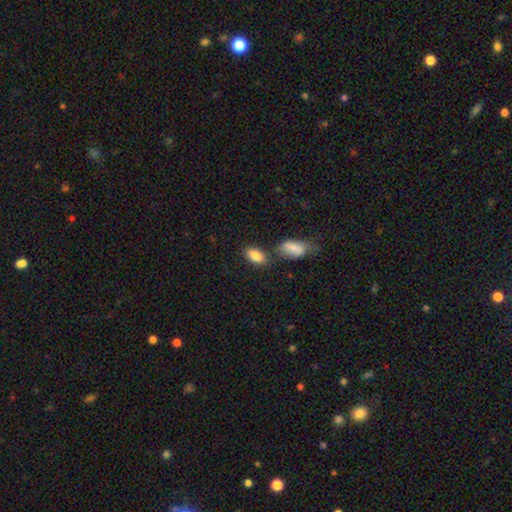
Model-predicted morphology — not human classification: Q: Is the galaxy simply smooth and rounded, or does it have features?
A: smooth — 87%.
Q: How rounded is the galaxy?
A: in between — 92%.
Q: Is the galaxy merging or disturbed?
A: none — 63%.